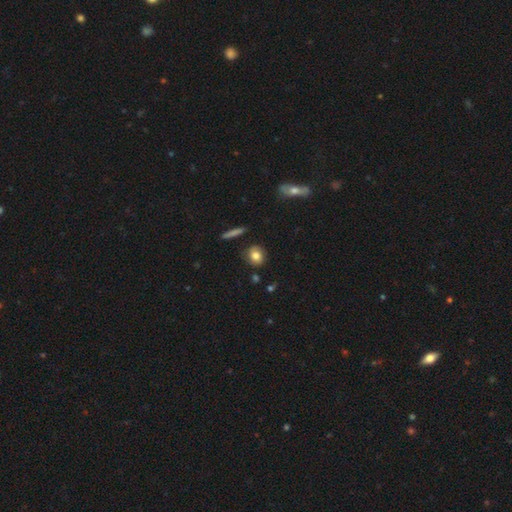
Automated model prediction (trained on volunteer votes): This is clearly a smooth galaxy (80%). How rounded: likely round (71%). Merging: clearly none (85%).